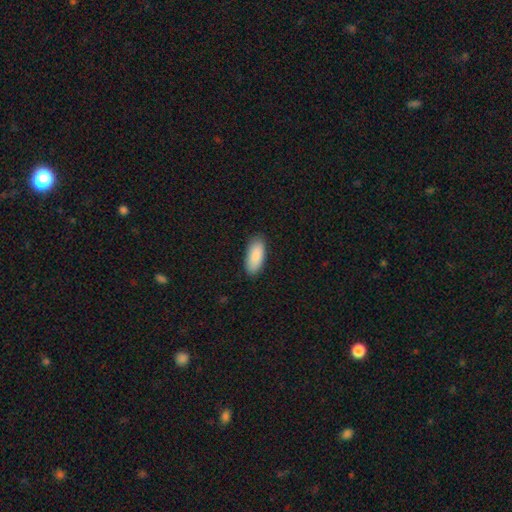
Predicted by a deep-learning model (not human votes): Smooth or featured: smooth — 90% (star or artifact — 6%)
How rounded: in between — 88% (cigar-shaped — 10%)
Merging: none — 87% (minor disturbance — 10%)